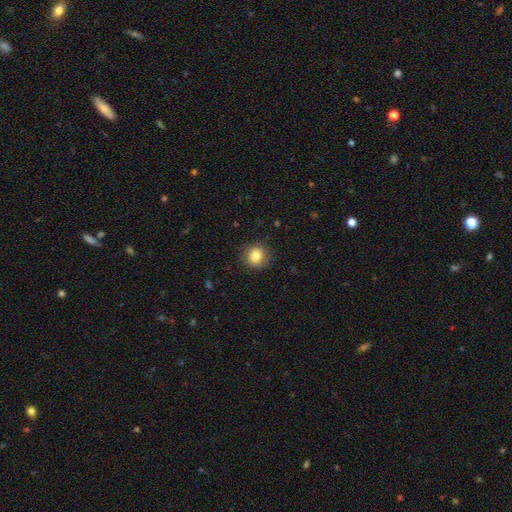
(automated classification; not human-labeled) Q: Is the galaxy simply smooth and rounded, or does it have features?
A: smooth — 84%.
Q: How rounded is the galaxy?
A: round — 86%.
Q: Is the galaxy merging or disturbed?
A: none — 86%.